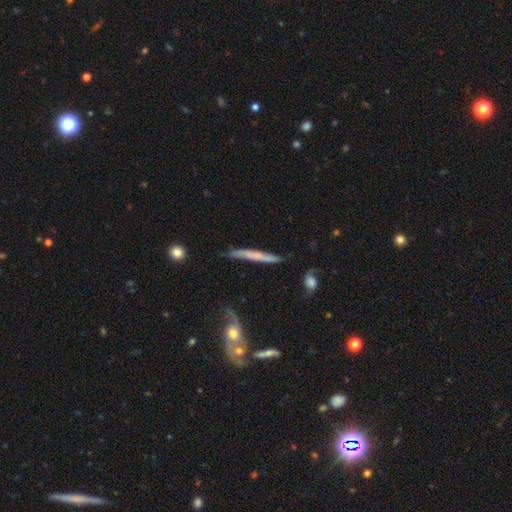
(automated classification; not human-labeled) This is possibly a featured or disk galaxy (50%). Merging: likely none (71%).